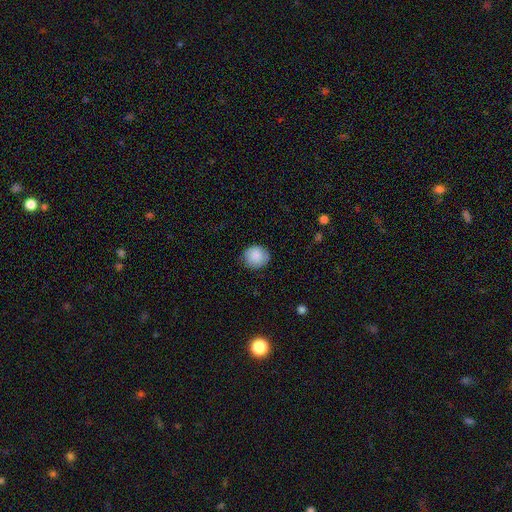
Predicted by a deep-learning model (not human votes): Smooth or featured? Predicted: smooth (p=0.87). How rounded? Predicted: round (p=0.86). Merging? Predicted: none (p=0.83).